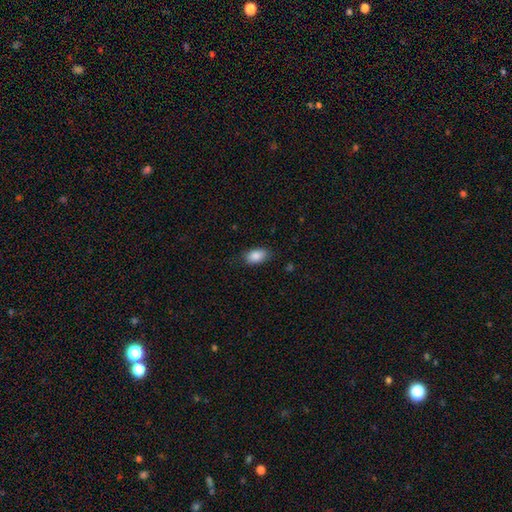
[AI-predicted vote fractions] smooth_or_featured: smooth (p=0.87) [alt: star or artifact p=0.07]
how_rounded: in between (p=0.91) [alt: round p=0.07]
merging: none (p=0.81) [alt: minor disturbance p=0.15]